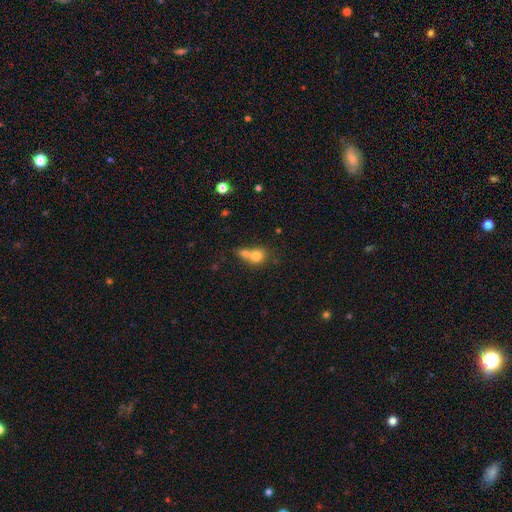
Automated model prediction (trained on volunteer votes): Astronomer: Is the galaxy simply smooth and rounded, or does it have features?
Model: smooth — 75%.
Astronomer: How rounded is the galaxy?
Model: round — 69%.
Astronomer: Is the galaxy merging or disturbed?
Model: merger — 63%.